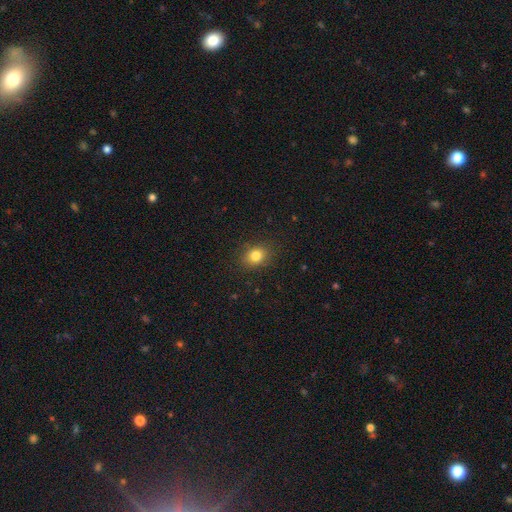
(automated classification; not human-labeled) Morphology: type=smooth (82%); roundness=round (55%); merging=none (86%).